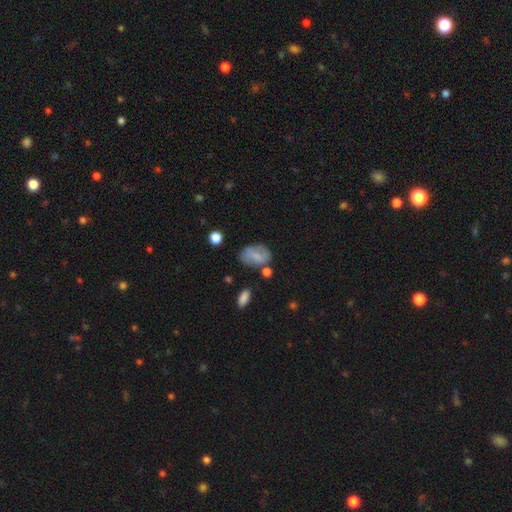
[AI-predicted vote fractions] Overall: smooth (65%; featured or disk 26%). How rounded: in between (84%). Merging: none (60%; minor disturbance 24%).